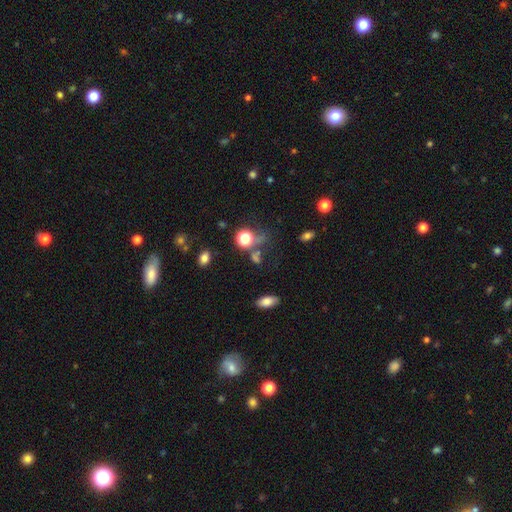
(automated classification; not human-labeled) Overall: smooth (49%; star or artifact 39%). Merging: none (59%).